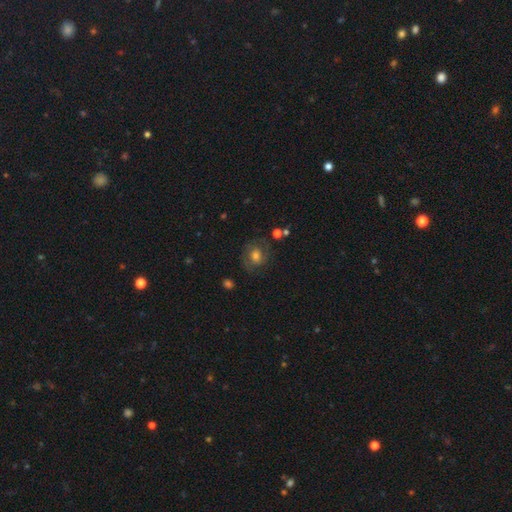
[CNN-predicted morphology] featured or disk 46%, smooth 41%, star or artifact 13%. Down the decision tree: merging — none (70%).